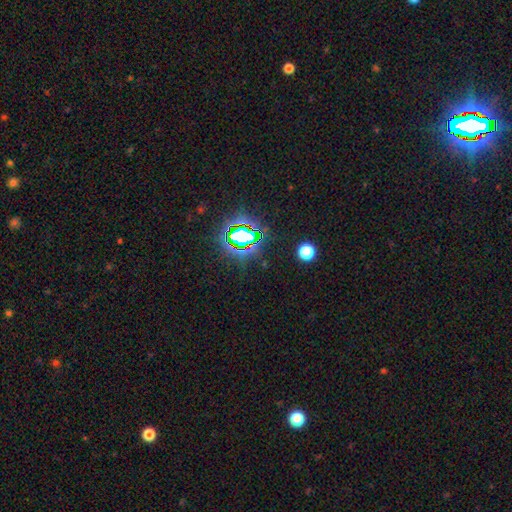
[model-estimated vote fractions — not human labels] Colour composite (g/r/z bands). It shows a star or artifact, not a galaxy (81%).